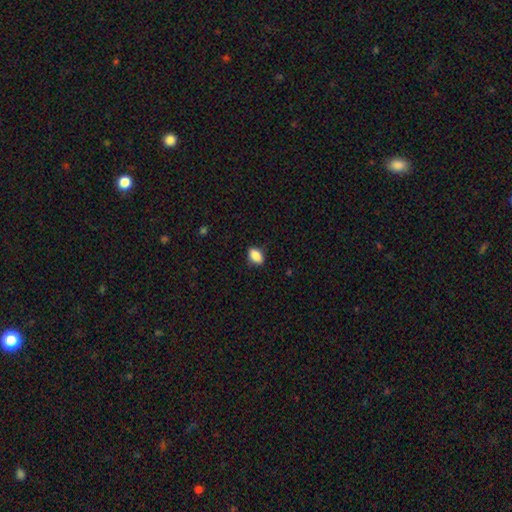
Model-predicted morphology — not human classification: Smooth or featured? smooth (87%)
How rounded? in between (84%)
Merging? none (84%)